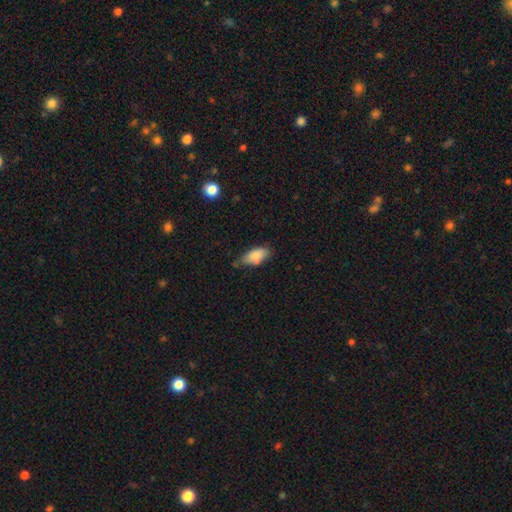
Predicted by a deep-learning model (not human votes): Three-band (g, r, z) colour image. It shows a smooth galaxy with no disk features (86%) that is in between round and cigar-shaped (89%). Merging: none (54%).